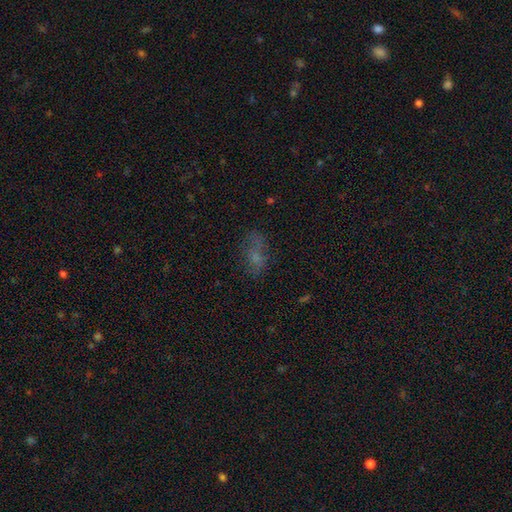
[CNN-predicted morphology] type=smooth (55%); roundness=in between (82%); merging=none (55%).